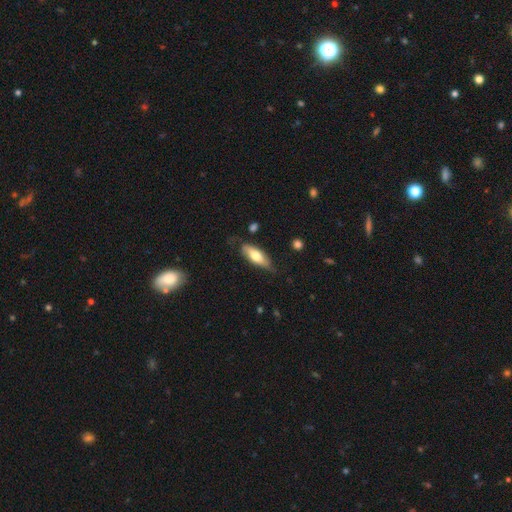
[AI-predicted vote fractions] smooth 64%, featured or disk 31%, star or artifact 5%. Down the decision tree: how rounded — in between (68%); merging — none (69%).